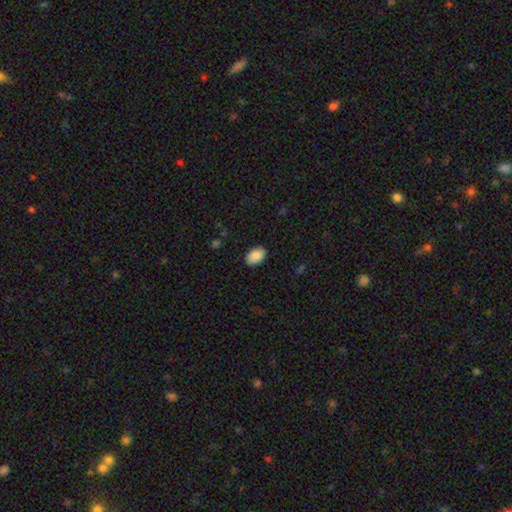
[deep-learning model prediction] Q: Smooth or featured?
A: smooth (90%); runner-up: star or artifact (7%)
Q: How rounded?
A: in between (91%); runner-up: round (8%)
Q: Merging?
A: none (87%); runner-up: minor disturbance (10%)